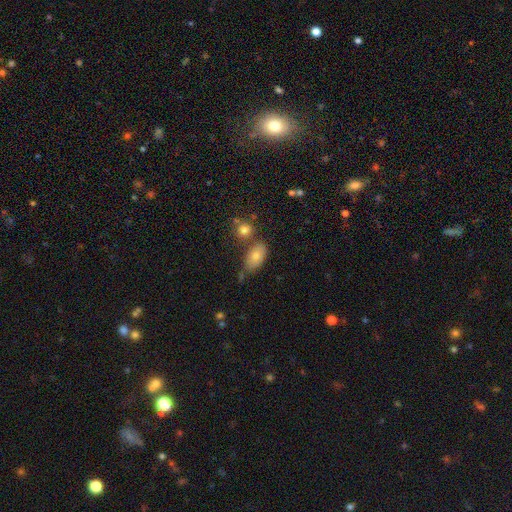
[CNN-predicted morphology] Q: Smooth or featured?
A: smooth (77%); runner-up: featured or disk (14%)
Q: How rounded?
A: in between (90%); runner-up: round (6%)
Q: Merging?
A: none (63%); runner-up: minor disturbance (18%)